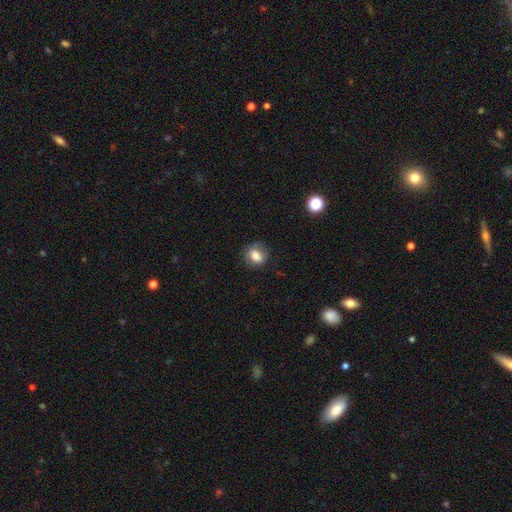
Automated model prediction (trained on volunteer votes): The model was most divided on "how rounded": round: 51%, in between: 47%, cigar-shaped: 1%. More confident: smooth or featured — smooth (76%); merging — none (72%).